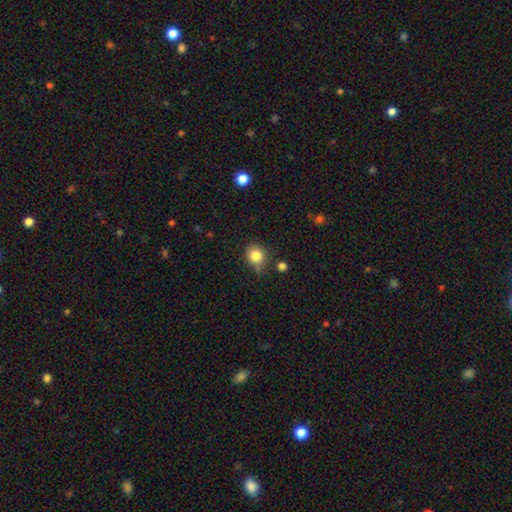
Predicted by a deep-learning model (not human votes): A smooth galaxy with no disk features (83%) that is round (82%). Merging: none (71%).